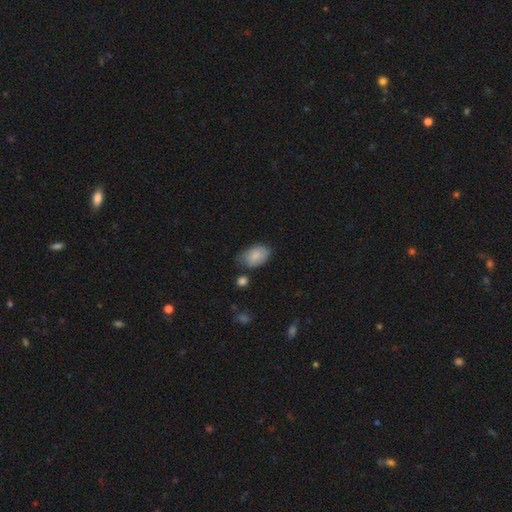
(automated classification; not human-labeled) Q: Smooth or featured?
A: smooth (85%); runner-up: featured or disk (9%)
Q: How rounded?
A: in between (91%); runner-up: round (8%)
Q: Merging?
A: none (64%); runner-up: minor disturbance (26%)